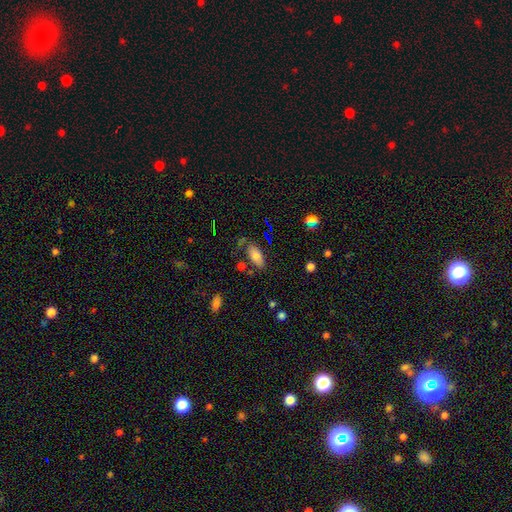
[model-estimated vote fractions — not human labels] Q: Smooth or featured?
A: smooth (75%); runner-up: featured or disk (16%)
Q: How rounded?
A: in between (86%); runner-up: cigar-shaped (11%)
Q: Merging?
A: none (67%); runner-up: minor disturbance (20%)